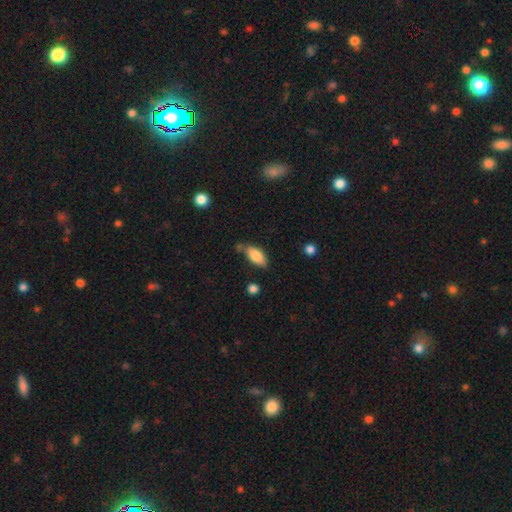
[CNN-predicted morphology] Overall: smooth (81%). How rounded: in between (86%). Merging: none (64%).